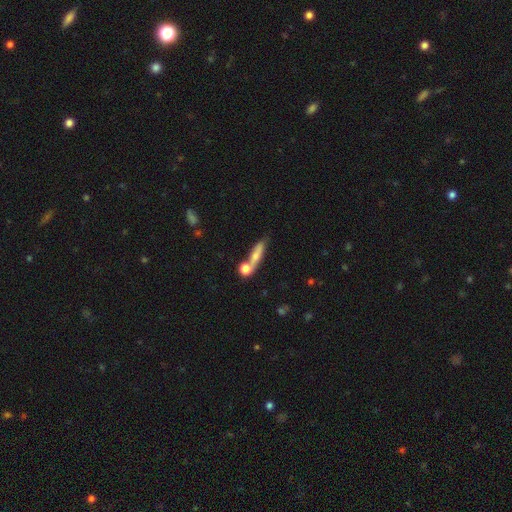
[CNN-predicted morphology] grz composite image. It shows a smooth galaxy with no disk features (61%) that is cigar-shaped (65%). Merging: none (48%).